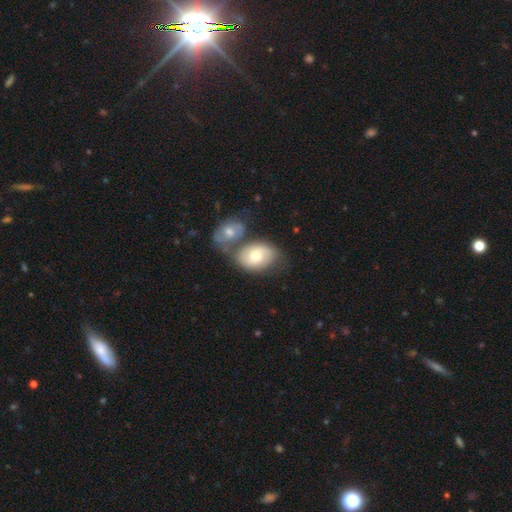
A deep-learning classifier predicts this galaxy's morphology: The model was most divided on "merging": merger: 41%, none: 40%, minor disturbance: 14%, major disturbance: 6%. More confident: how rounded — in between (75%); smooth or featured — smooth (59%).